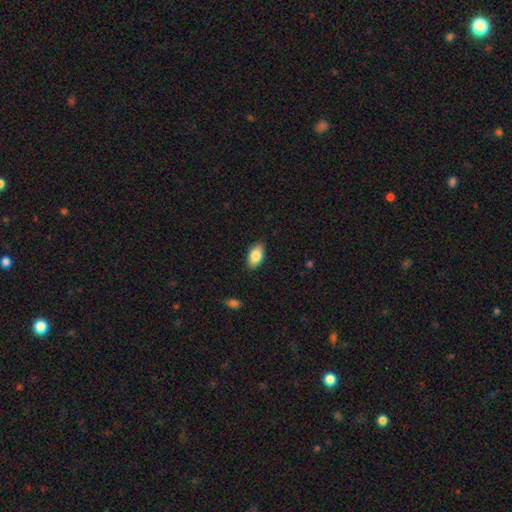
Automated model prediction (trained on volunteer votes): Overall: smooth (84%). How rounded: in between (93%). Merging: none (88%).